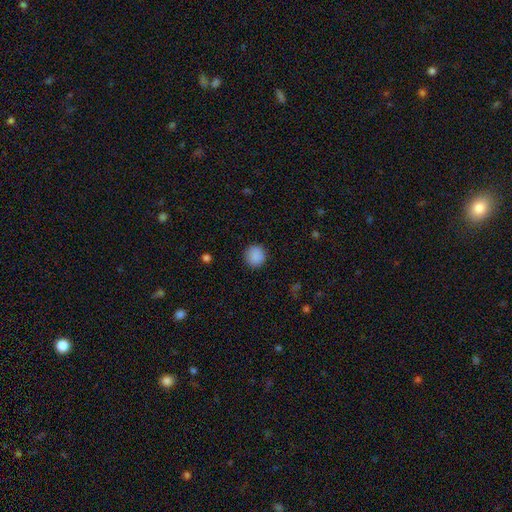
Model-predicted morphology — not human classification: A smooth galaxy with no disk features (88%) that is round (92%).

Vote fractions:
- Smooth or featured? smooth: 88% / star or artifact: 8% / featured or disk: 3%
- How rounded? round: 92% / in between: 7% / cigar-shaped: 1%
- Merging? none: 90% / minor disturbance: 7% / major disturbance: 2% / merger: 1%